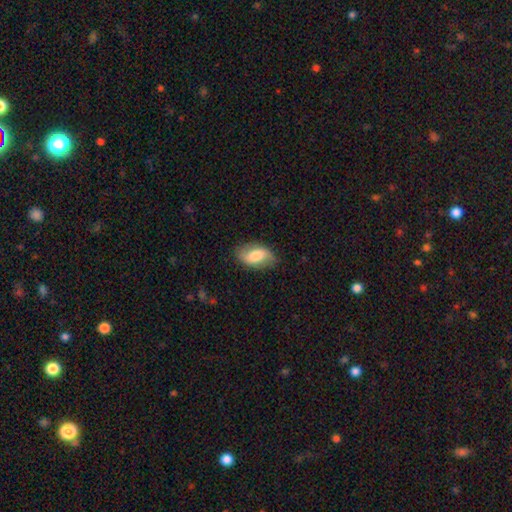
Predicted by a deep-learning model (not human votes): Smooth or featured?
  - smooth: 58% *
  - featured or disk: 36%
  - star or artifact: 6%
How rounded?
  - in between: 92% *
  - round: 5%
  - cigar-shaped: 3%
Merging?
  - none: 79% *
  - minor disturbance: 16%
  - major disturbance: 4%
  - merger: 1%